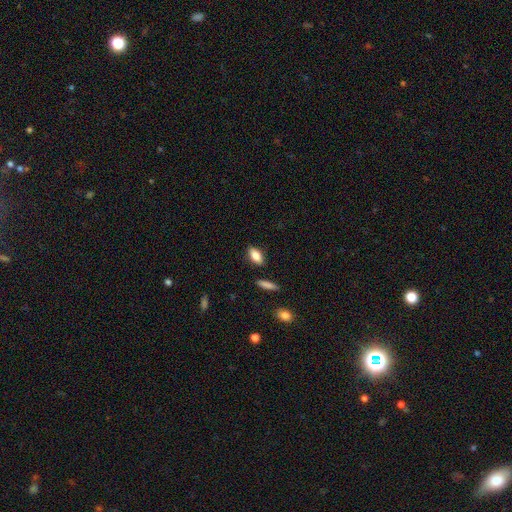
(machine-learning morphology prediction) Smooth or featured? Predicted: smooth (p=0.81). How rounded? Predicted: in between (p=0.86). Merging? Predicted: none (p=0.87).